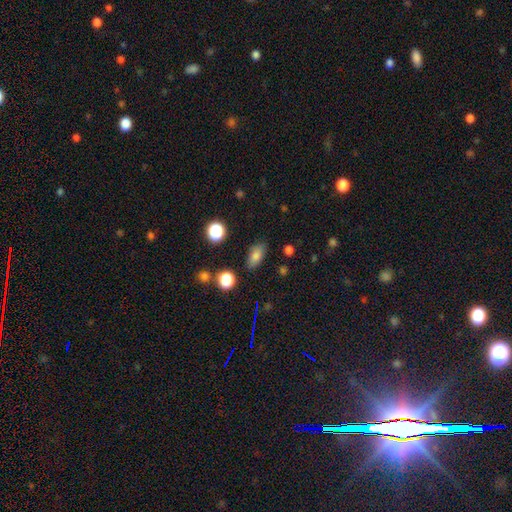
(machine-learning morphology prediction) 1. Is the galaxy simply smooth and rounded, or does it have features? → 79% smooth, 12% star or artifact, 9% featured or disk.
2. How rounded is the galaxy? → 84% in between, 10% round, 6% cigar-shaped.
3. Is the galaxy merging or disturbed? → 82% none, 12% minor disturbance, 3% major disturbance, 2% merger.